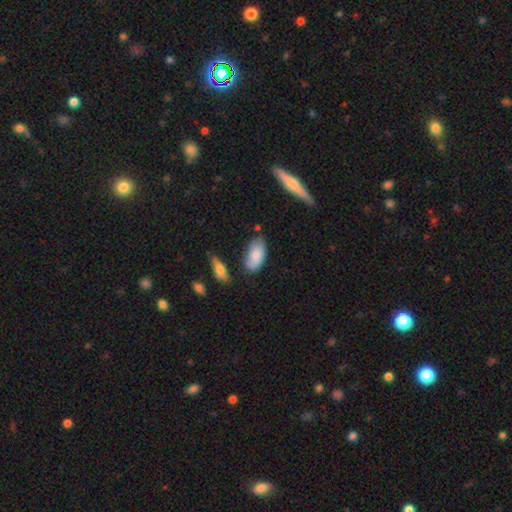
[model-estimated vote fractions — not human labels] smooth_or_featured: smooth (p=0.78) [alt: featured or disk p=0.15]
how_rounded: in between (p=0.94) [alt: cigar-shaped p=0.04]
merging: none (p=0.59) [alt: minor disturbance p=0.28]